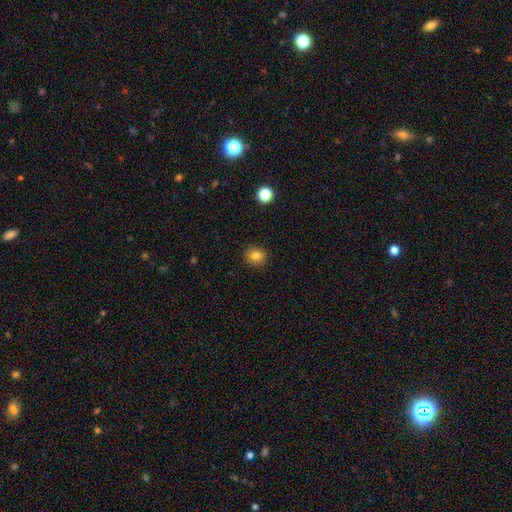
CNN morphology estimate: Smooth or featured: smooth — 81% (star or artifact — 11%)
How rounded: round — 76% (in between — 23%)
Merging: none — 90% (minor disturbance — 7%)